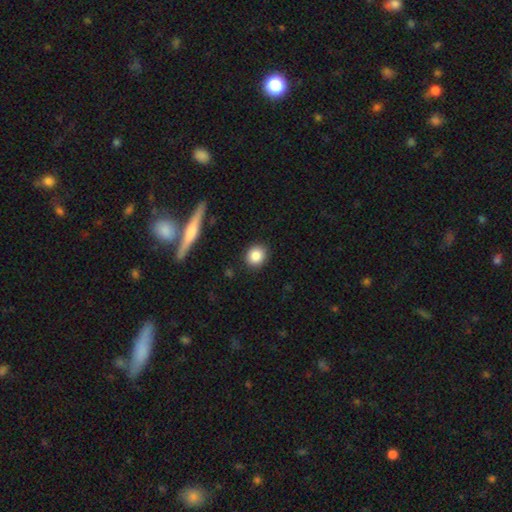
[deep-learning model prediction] Smooth or featured?
  - smooth: 85% *
  - star or artifact: 9%
  - featured or disk: 6%
How rounded?
  - round: 82% *
  - in between: 16%
  - cigar-shaped: 2%
Merging?
  - none: 90% *
  - minor disturbance: 7%
  - major disturbance: 2%
  - merger: 1%